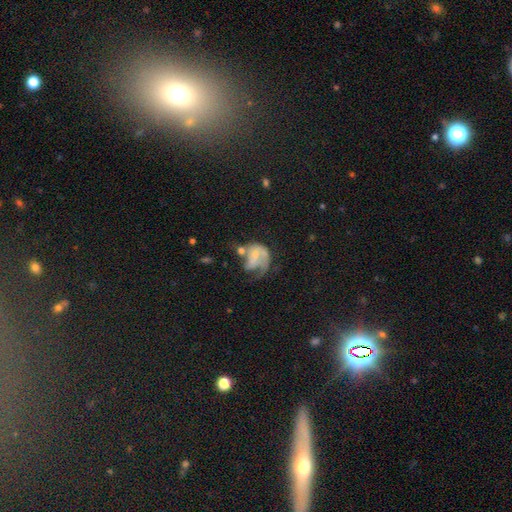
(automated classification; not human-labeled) Smooth or featured?
  - featured or disk: 58% *
  - smooth: 33%
  - star or artifact: 9%
Edge-on disk?
  - no: 98% *
  - yes: 2%
Bar?
  - no: 64% *
  - weak: 28%
  - strong: 8%
Spiral arms?
  - yes: 70% *
  - no: 30%
Bulge size?
  - small: 50% *
  - none: 24%
  - moderate: 22%
  - large: 3%
  - dominant: 2%
Merging?
  - major disturbance: 46% *
  - none: 22%
  - minor disturbance: 17%
  - merger: 16%